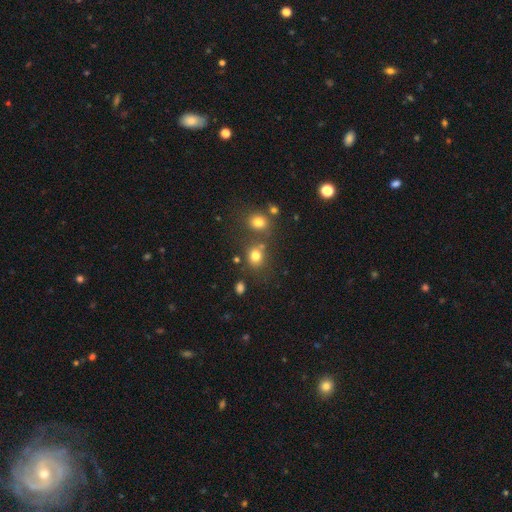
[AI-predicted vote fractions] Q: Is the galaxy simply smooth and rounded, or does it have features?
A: smooth — 76%.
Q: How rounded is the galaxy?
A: round — 67%.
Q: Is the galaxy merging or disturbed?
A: none — 63%.